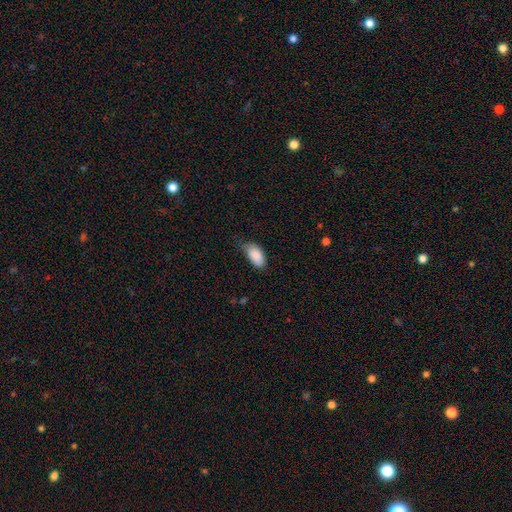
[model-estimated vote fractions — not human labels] This appears to be a smooth galaxy with no disk features (88%) that is in between round and cigar-shaped (94%). Merging: none (52%).